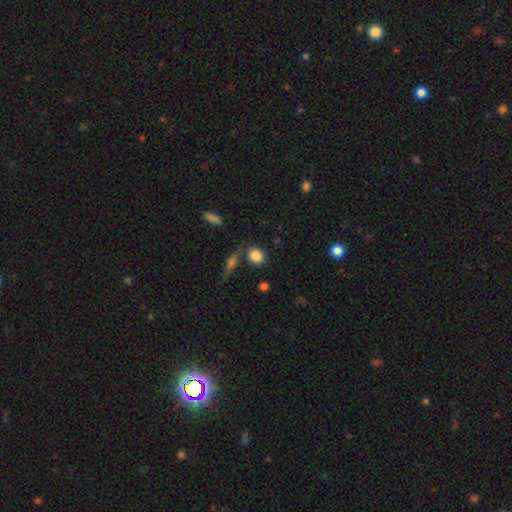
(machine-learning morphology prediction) smooth_or_featured: smooth (p=0.85) [alt: star or artifact p=0.09]
how_rounded: round (p=0.67) [alt: in between p=0.31]
merging: none (p=0.76) [alt: minor disturbance p=0.11]